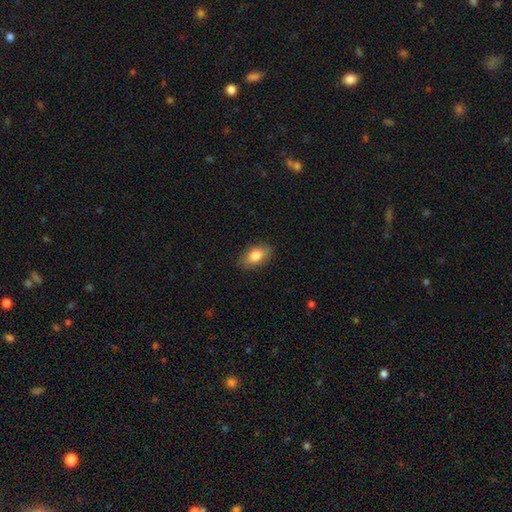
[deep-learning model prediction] A smooth galaxy with no disk features (82%) that is in between round and cigar-shaped (90%).

Vote fractions:
- Smooth or featured? smooth: 82% / featured or disk: 11% / star or artifact: 7%
- How rounded? in between: 90% / round: 7% / cigar-shaped: 3%
- Merging? none: 86% / minor disturbance: 11% / major disturbance: 2% / merger: 1%